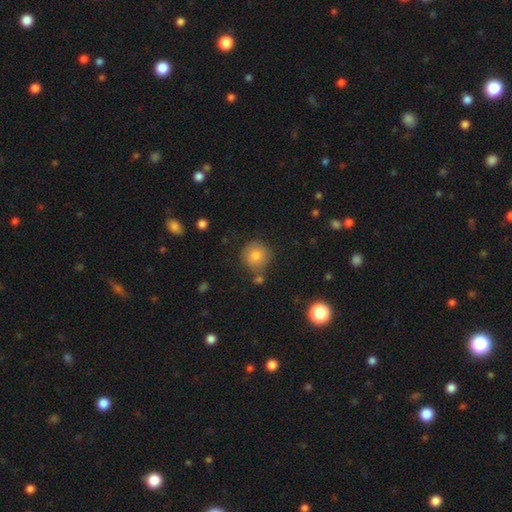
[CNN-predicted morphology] A smooth galaxy with no disk features (80%) that is round (93%). Merging: none (78%).